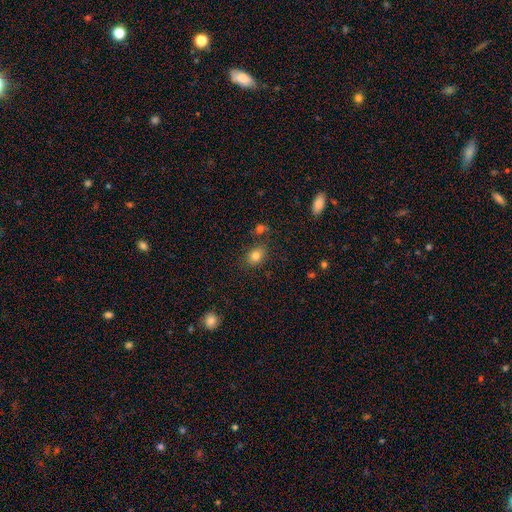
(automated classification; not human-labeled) Q: Smooth or featured?
A: smooth (81%); runner-up: star or artifact (12%)
Q: How rounded?
A: in between (58%); runner-up: round (41%)
Q: Merging?
A: none (77%); runner-up: minor disturbance (13%)